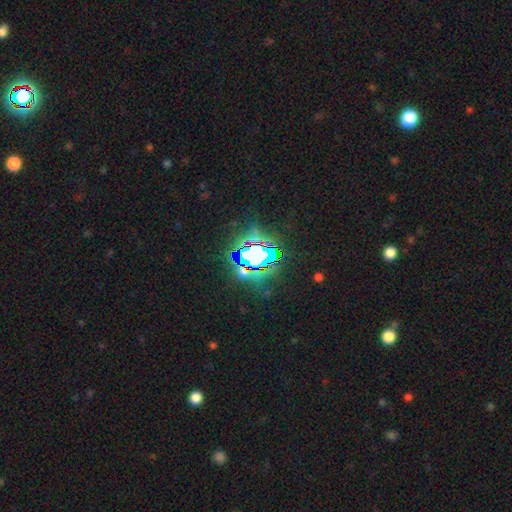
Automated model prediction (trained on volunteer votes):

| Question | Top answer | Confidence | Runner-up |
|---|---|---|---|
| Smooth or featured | star or artifact | 70% | smooth (17%) |